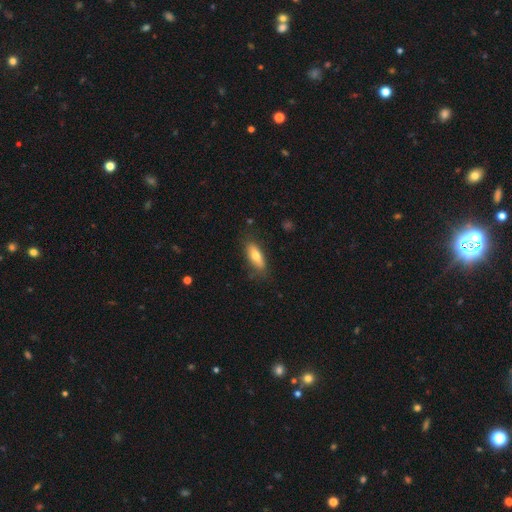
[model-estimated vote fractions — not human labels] smooth 71%, featured or disk 23%, star or artifact 6%. Down the decision tree: how rounded — in between (63%); merging — none (79%).